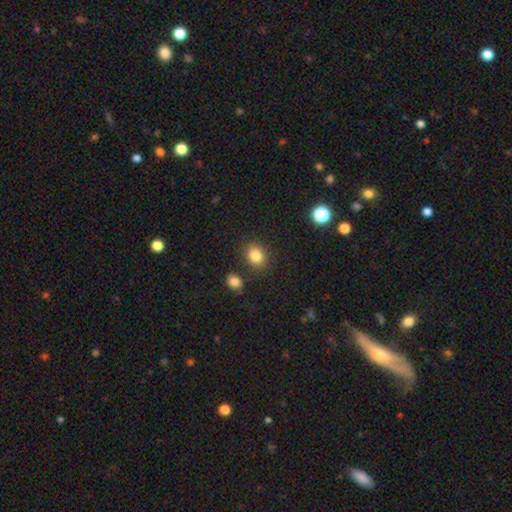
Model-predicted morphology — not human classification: smooth_or_featured: smooth (p=0.83) [alt: star or artifact p=0.11]
how_rounded: round (p=0.52) [alt: in between p=0.47]
merging: none (p=0.81) [alt: minor disturbance p=0.10]